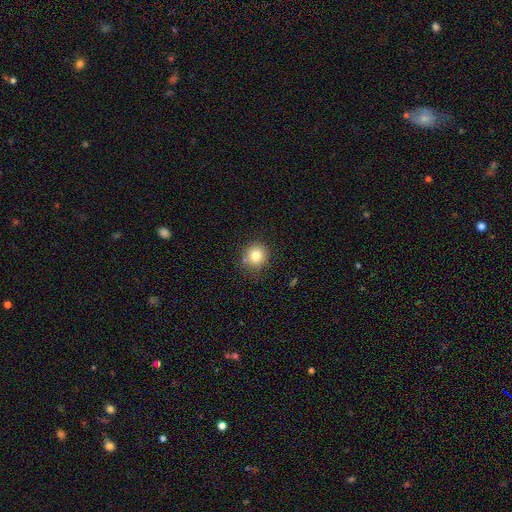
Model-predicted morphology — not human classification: A smooth galaxy with no disk features (80%) that is round (91%). Merging: none (82%).